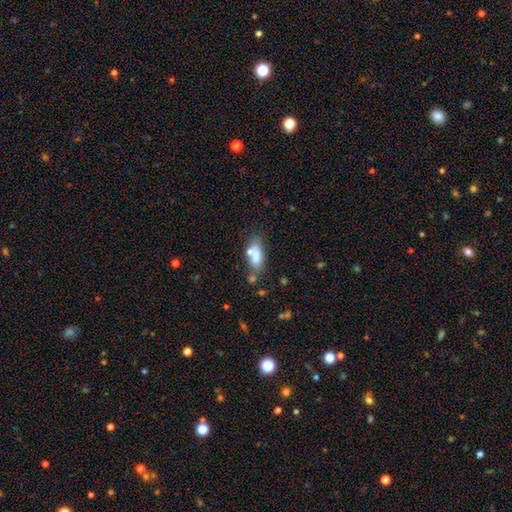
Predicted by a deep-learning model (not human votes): This appears to be a smooth galaxy with no disk features (72%) that is in between round and cigar-shaped (72%). Merging: none (53%).